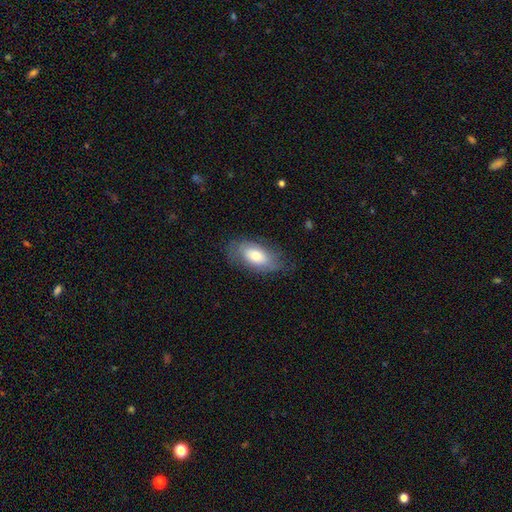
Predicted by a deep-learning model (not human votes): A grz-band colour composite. It shows a smooth galaxy with no disk features (68%) that is in between round and cigar-shaped (91%). Merging: none (74%).